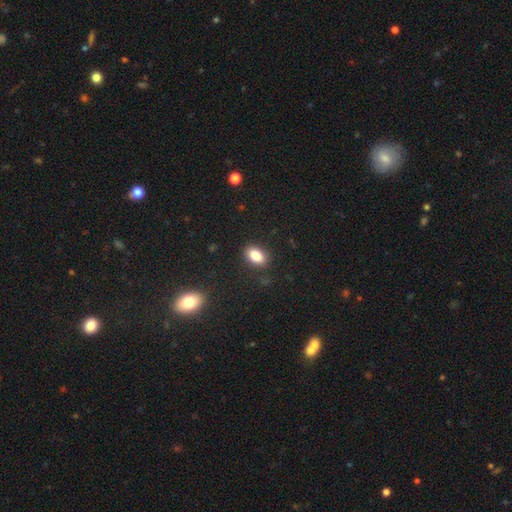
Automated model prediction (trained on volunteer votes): Smooth or featured? Predicted: smooth (p=0.84). How rounded? Predicted: in between (p=0.87). Merging? Predicted: none (p=0.85).